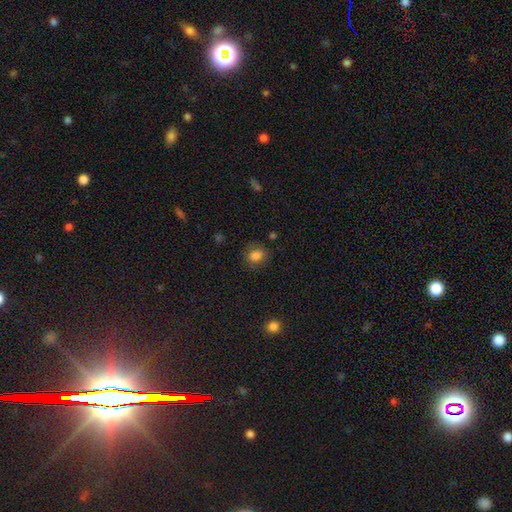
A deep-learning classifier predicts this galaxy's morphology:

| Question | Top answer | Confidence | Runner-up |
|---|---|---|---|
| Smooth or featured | smooth | 82% | star or artifact (12%) |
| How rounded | round | 50% | in between (49%) |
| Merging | none | 78% | minor disturbance (15%) |